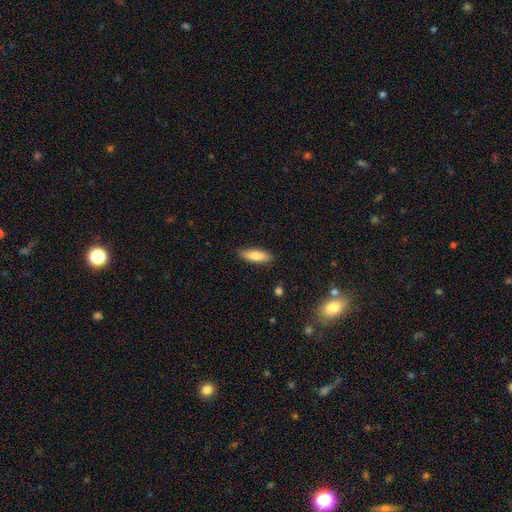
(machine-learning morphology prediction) This appears to be a smooth galaxy with no disk features (82%) that is in between round and cigar-shaped (56%). Merging: none (84%).